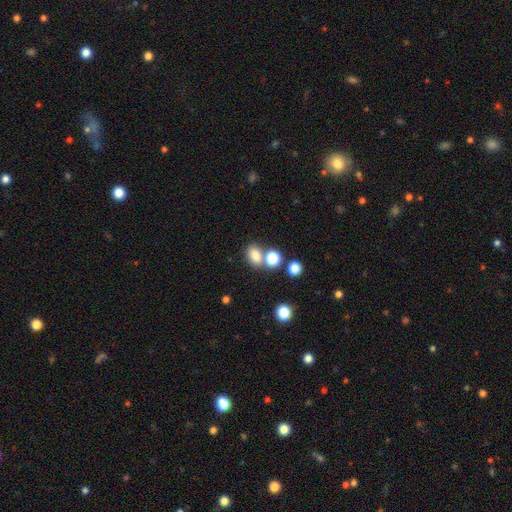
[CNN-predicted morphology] Overall: smooth (79%). How rounded: in between (69%; round 30%). Merging: none (55%; merger 29%).